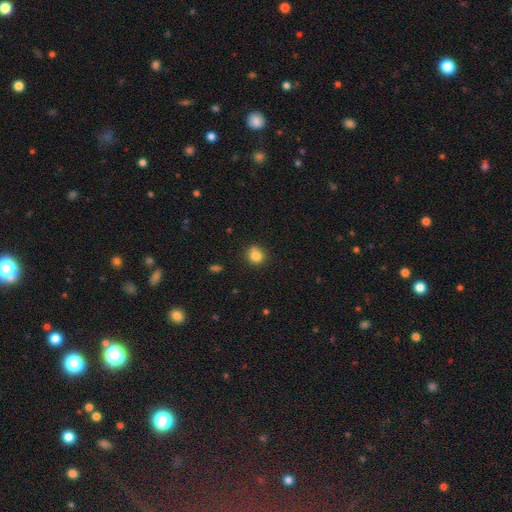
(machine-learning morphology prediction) This is clearly a smooth galaxy (83%). How rounded: clearly round (84%). Merging: likely none (78%).